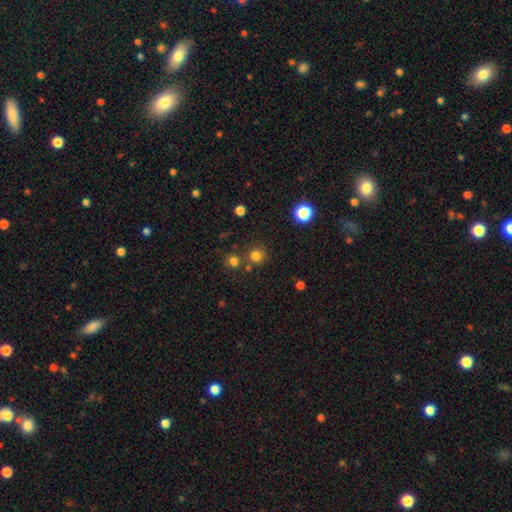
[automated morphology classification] Smooth or featured? Predicted: smooth (p=0.76). How rounded? Predicted: round (p=0.92). Merging? Predicted: none (p=0.74).